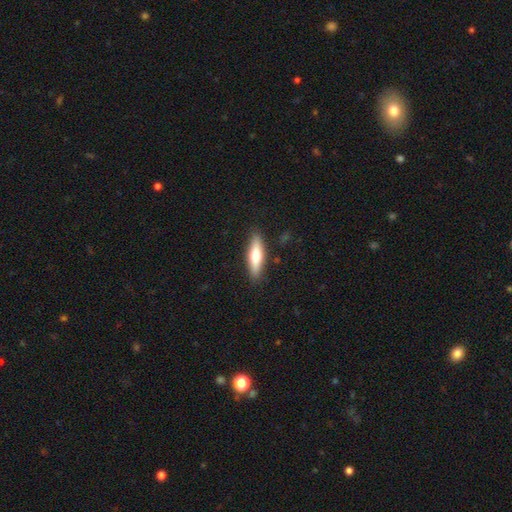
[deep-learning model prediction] Smooth or featured? smooth (55%)
How rounded? cigar-shaped (66%)
Merging? none (89%)